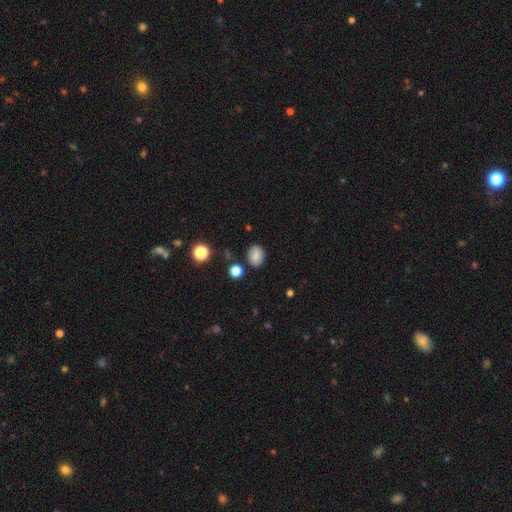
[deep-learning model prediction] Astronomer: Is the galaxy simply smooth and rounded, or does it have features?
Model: smooth — 79%.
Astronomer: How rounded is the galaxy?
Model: in between — 60% (runner-up: round, 39%).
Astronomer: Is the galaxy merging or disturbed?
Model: none — 85%.